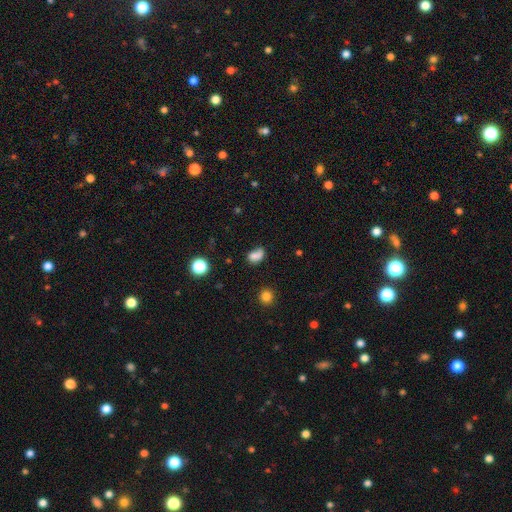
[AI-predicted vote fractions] smooth_or_featured: smooth (p=0.75) [alt: star or artifact p=0.14]
how_rounded: in between (p=0.74) [alt: round p=0.23]
merging: none (p=0.46) [alt: minor disturbance p=0.27]